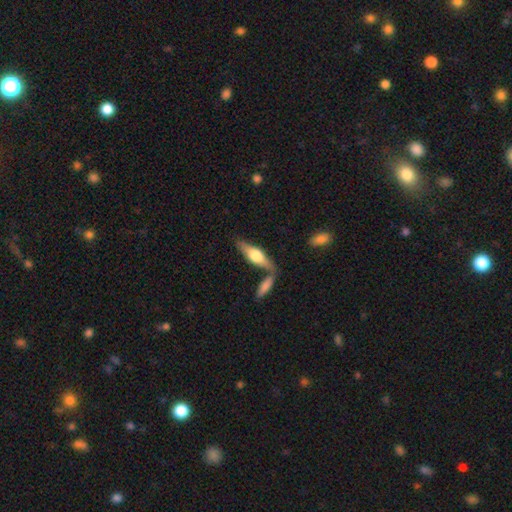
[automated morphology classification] Smooth or featured?
  - featured or disk: 50% *
  - smooth: 45%
  - star or artifact: 5%
Merging?
  - none: 67% *
  - merger: 18%
  - minor disturbance: 12%
  - major disturbance: 3%